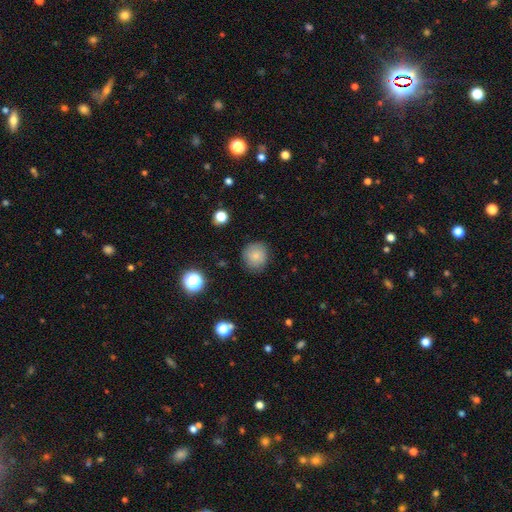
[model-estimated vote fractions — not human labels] Smooth or featured: smooth — 80% (star or artifact — 10%)
How rounded: round — 89% (in between — 10%)
Merging: none — 82% (minor disturbance — 13%)